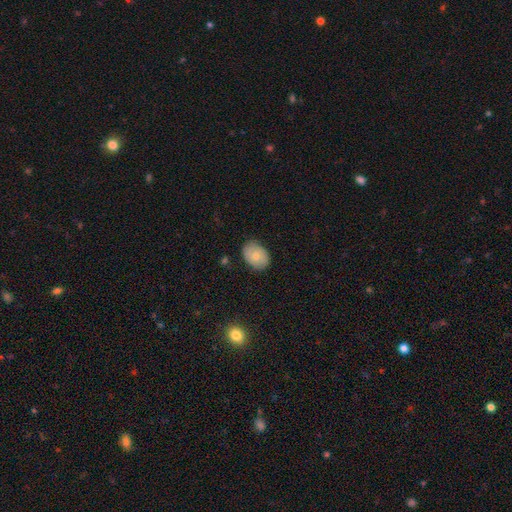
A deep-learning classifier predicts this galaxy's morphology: type=smooth (78%); roundness=in between (74%); merging=none (80%).